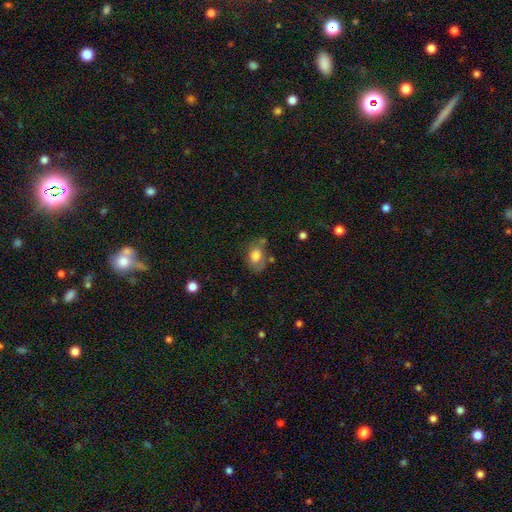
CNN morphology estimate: This is likely a smooth galaxy (75%). How rounded: likely in between (75%). Merging: possibly none (46%).